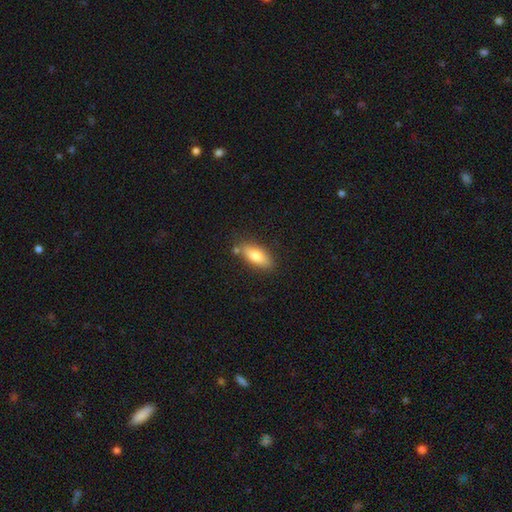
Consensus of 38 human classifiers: Q: Smooth or featured?
A: smooth (76%); runner-up: featured or disk (18%)
Q: How rounded?
A: in between (79%); runner-up: cigar-shaped (21%)
Q: Merging?
A: none (67%); runner-up: minor disturbance (17%)